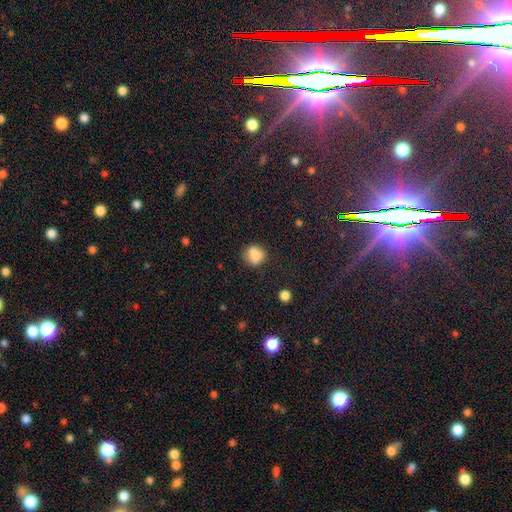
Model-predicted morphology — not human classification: smooth 77%, featured or disk 13%, star or artifact 11%. Down the decision tree: how rounded — round (73%); merging — none (58%).